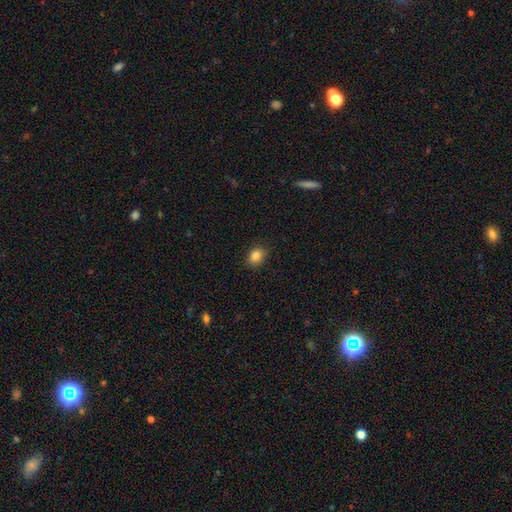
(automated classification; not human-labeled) smooth_or_featured: smooth (p=0.86) [alt: star or artifact p=0.09]
how_rounded: in between (p=0.59) [alt: round p=0.40]
merging: none (p=0.85) [alt: minor disturbance p=0.11]